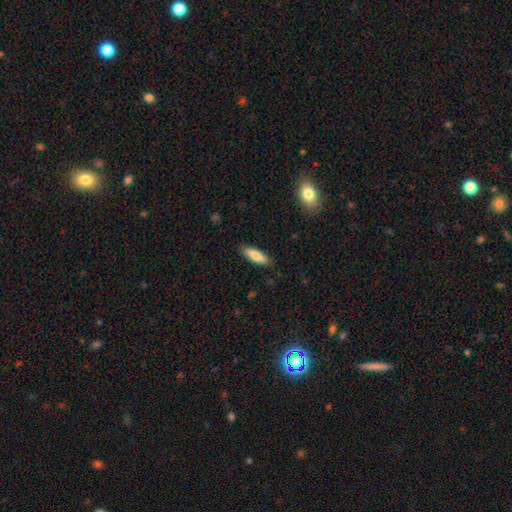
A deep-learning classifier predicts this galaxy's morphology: This appears to be a smooth galaxy with no disk features (83%) that is cigar-shaped (55%). Merging: none (87%).